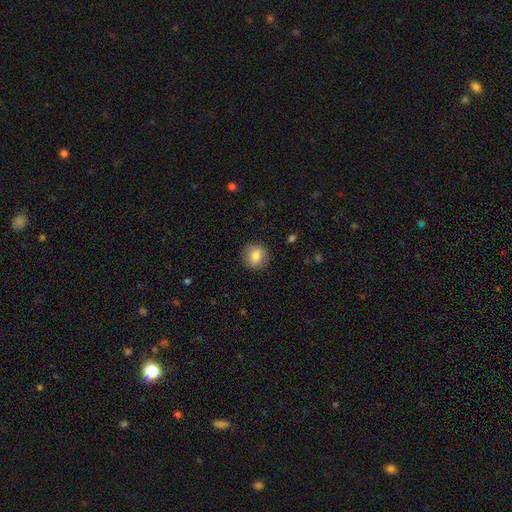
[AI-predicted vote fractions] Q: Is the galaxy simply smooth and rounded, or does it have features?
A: smooth — 81%.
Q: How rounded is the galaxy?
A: round — 87%.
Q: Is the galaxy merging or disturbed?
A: none — 87%.